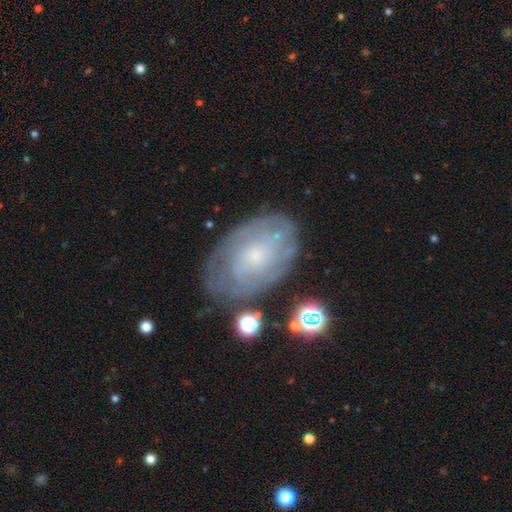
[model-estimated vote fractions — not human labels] smooth_or_featured: featured or disk (p=0.70) [alt: smooth p=0.22]
disk_edge_on: no (p=0.95) [alt: yes p=0.05]
bar: no (p=0.76) [alt: weak p=0.21]
has_spiral_arms: yes (p=0.82) [alt: no p=0.18]
spiral_winding: tight (p=0.67) [alt: medium p=0.24]
spiral_arm_count: can't tell (p=0.60) [alt: 2 p=0.12]
bulge_size: small (p=0.67) [alt: moderate p=0.24]
merging: none (p=0.70) [alt: minor disturbance p=0.20]